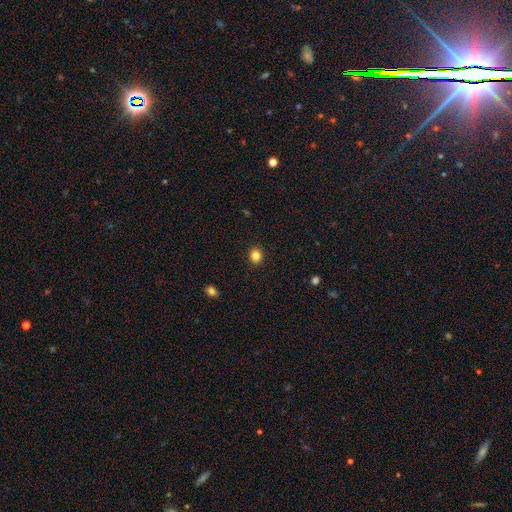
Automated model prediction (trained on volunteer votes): Smooth or featured? Predicted: smooth (p=0.84). How rounded? Predicted: round (p=0.76). Merging? Predicted: none (p=0.91).